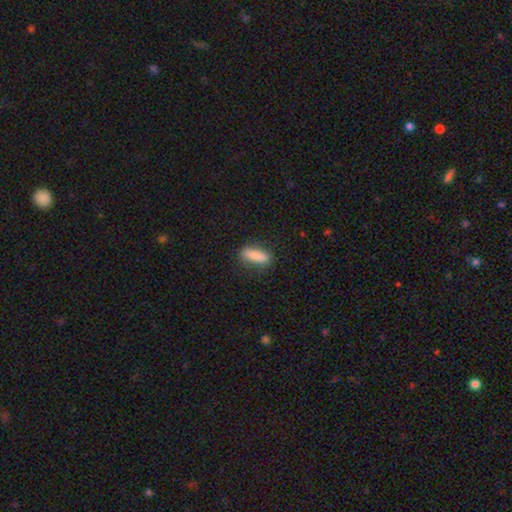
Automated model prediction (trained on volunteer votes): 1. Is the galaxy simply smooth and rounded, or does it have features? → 84% smooth, 10% featured or disk, 7% star or artifact.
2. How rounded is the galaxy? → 52% in between, 45% cigar-shaped, 3% round.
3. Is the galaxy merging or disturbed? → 81% none, 14% minor disturbance, 4% major disturbance, 1% merger.